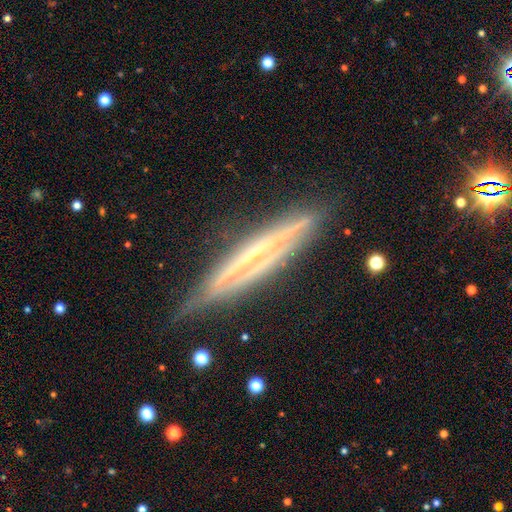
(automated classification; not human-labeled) Overall: featured or disk (79%). Edge-on disk: yes (95%). Edge-on bulge: none (63%; rounded 25%). Merging: none (81%).